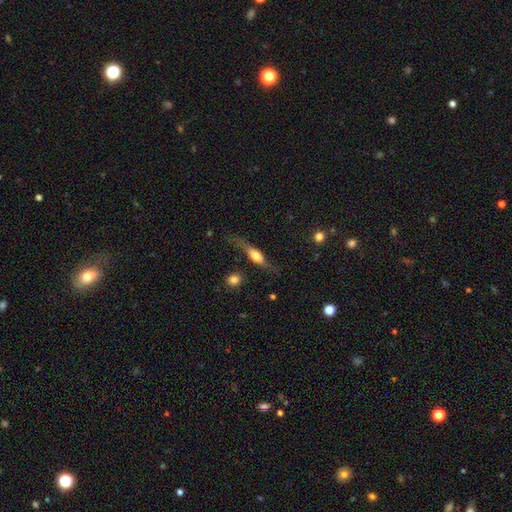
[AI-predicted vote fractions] Smooth or featured: featured or disk — 51% (smooth — 42%)
Edge-on disk: yes — 71% (no — 29%)
Merging: none — 53% (minor disturbance — 25%)